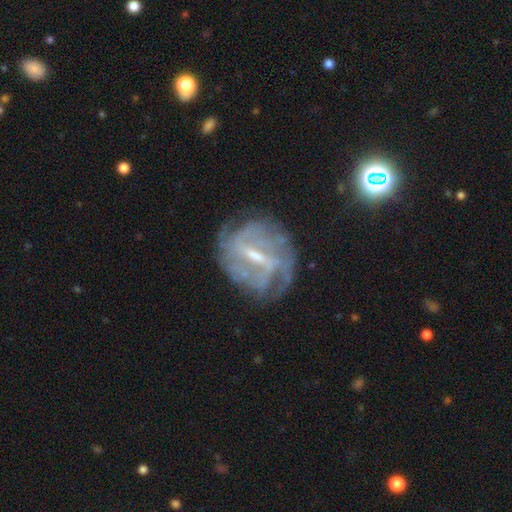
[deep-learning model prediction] Q: Smooth or featured?
A: featured or disk (82%); runner-up: star or artifact (9%)
Q: Edge-on disk?
A: no (95%); runner-up: yes (5%)
Q: Bar?
A: strong (51%); runner-up: weak (40%)
Q: Spiral arms?
A: yes (86%); runner-up: no (14%)
Q: Spiral winding?
A: tight (49%); runner-up: medium (35%)
Q: Spiral arm count?
A: can't tell (42%); runner-up: 2 (23%)
Q: Bulge size?
A: small (52%); runner-up: moderate (37%)
Q: Merging?
A: none (67%); runner-up: minor disturbance (19%)